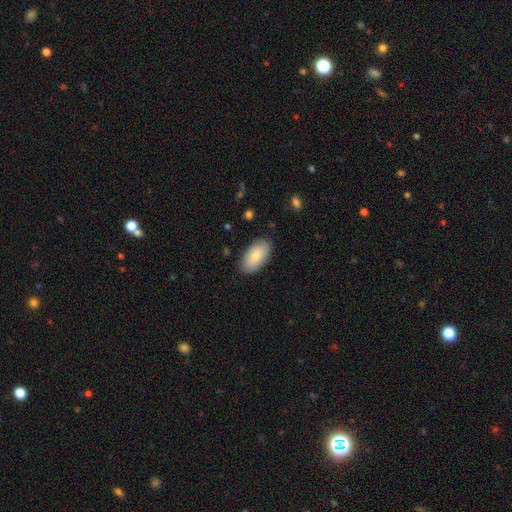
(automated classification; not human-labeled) Q: Smooth or featured?
A: smooth (79%); runner-up: featured or disk (15%)
Q: How rounded?
A: in between (95%); runner-up: round (3%)
Q: Merging?
A: none (86%); runner-up: minor disturbance (11%)